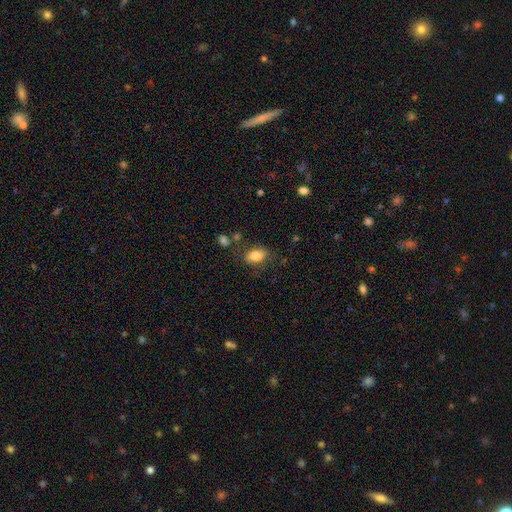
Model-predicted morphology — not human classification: Q: Smooth or featured?
A: smooth (83%); runner-up: featured or disk (9%)
Q: How rounded?
A: in between (88%); runner-up: round (9%)
Q: Merging?
A: none (76%); runner-up: minor disturbance (16%)